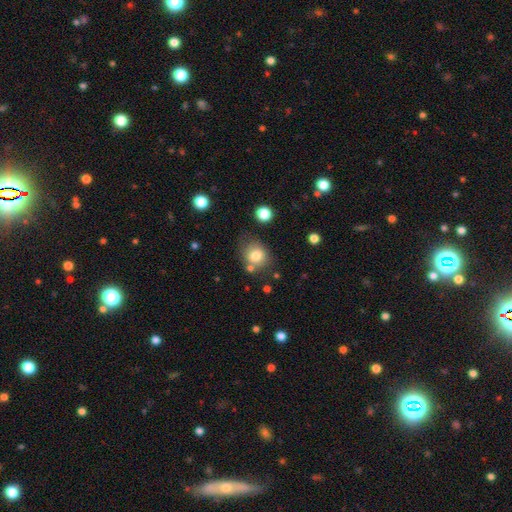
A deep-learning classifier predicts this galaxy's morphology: This is likely a smooth galaxy (78%). How rounded: likely round (72%). Merging: likely none (62%).